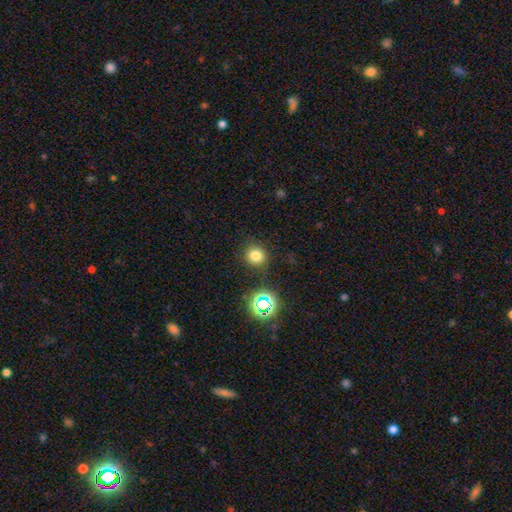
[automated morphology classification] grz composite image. It shows a smooth galaxy with no disk features (74%) that is round (87%). Merging: none (86%).